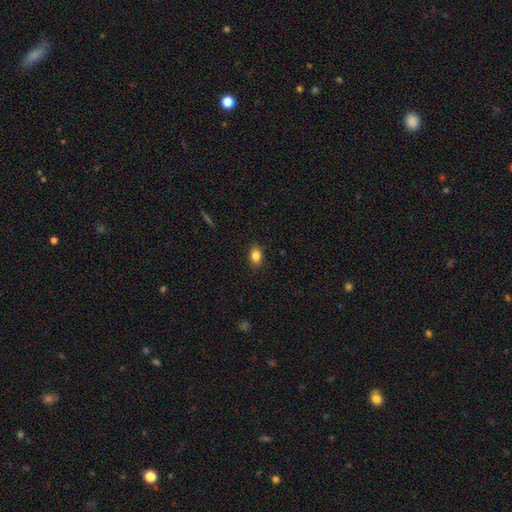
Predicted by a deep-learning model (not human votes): The model was most divided on "how rounded": in between: 80%, round: 18%, cigar-shaped: 2%. More confident: merging — none (87%); smooth or featured — smooth (85%).